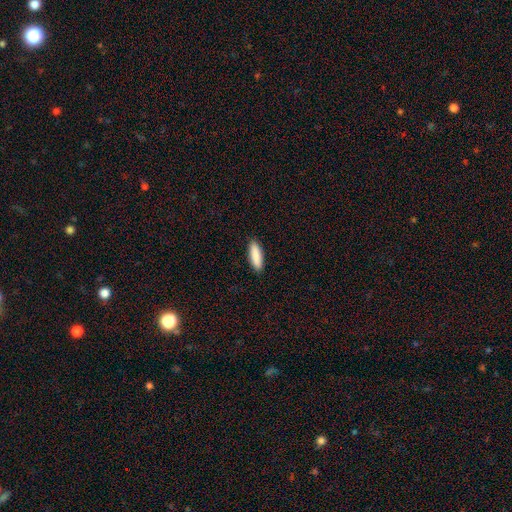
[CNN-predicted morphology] Smooth or featured?
  - smooth: 89% *
  - featured or disk: 6%
  - star or artifact: 5%
How rounded?
  - cigar-shaped: 49% * (tied)
  - in between: 49% * (tied)
  - round: 2%
Merging?
  - none: 90% *
  - minor disturbance: 7%
  - major disturbance: 2%
  - merger: 1%